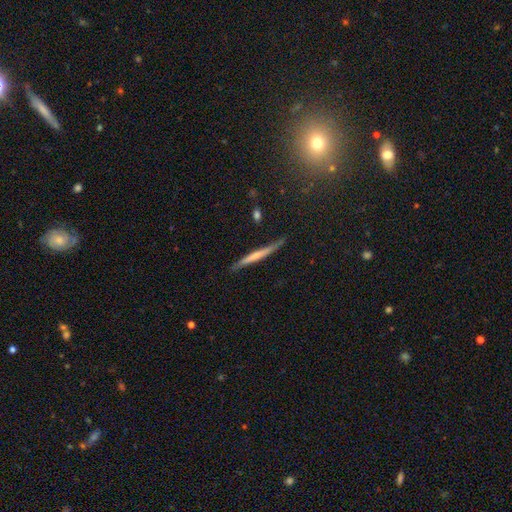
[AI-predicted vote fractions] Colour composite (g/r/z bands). It shows a featured or disk galaxy (49%). Merging: none (82%).